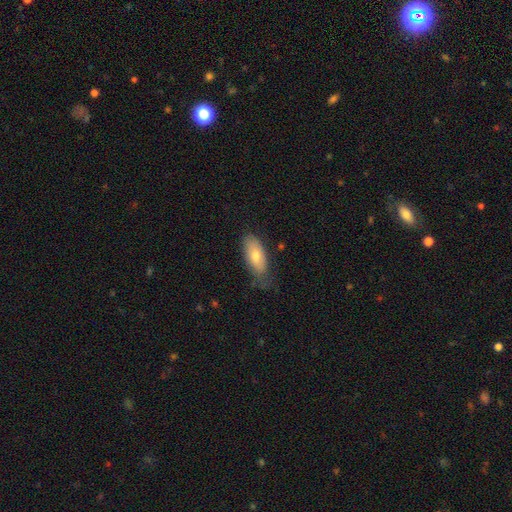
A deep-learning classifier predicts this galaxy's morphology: A smooth galaxy with no disk features (71%) that is in between round and cigar-shaped (83%). Merging: none (62%).